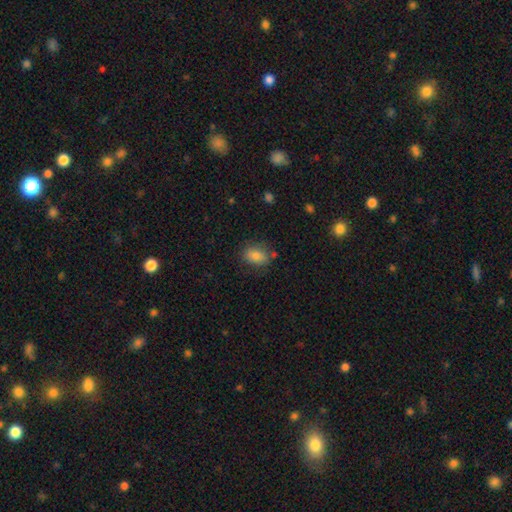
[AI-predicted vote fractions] A smooth galaxy with no disk features (82%) that is in between round and cigar-shaped (78%). Merging: none (75%).